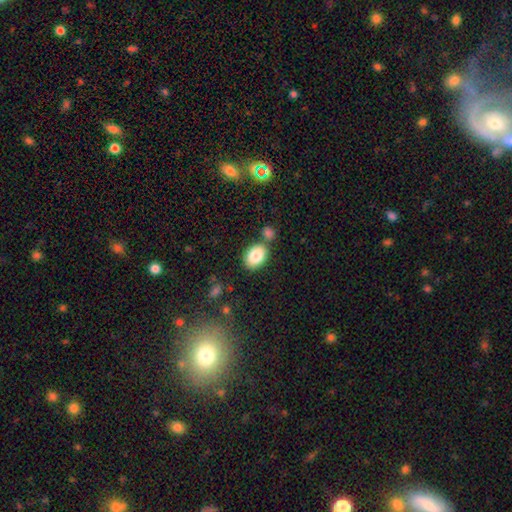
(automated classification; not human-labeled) A smooth galaxy with no disk features (84%) that is in between round and cigar-shaped (81%). Merging: none (71%).